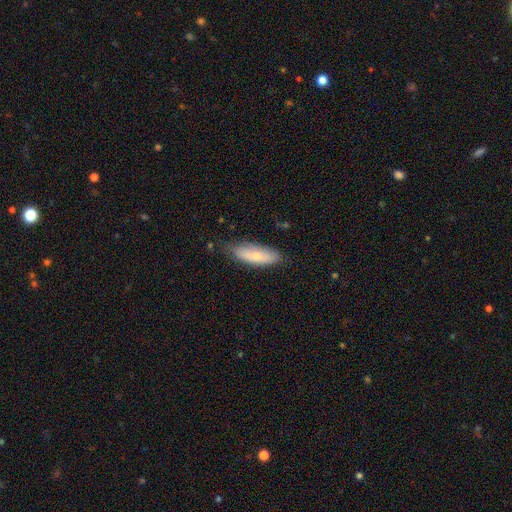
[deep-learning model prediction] A smooth galaxy with no disk features (70%) that is in between round and cigar-shaped (60%).

Vote fractions:
- Smooth or featured? smooth: 70% / featured or disk: 23% / star or artifact: 6%
- How rounded? in between: 60% / cigar-shaped: 38% / round: 2%
- Merging? none: 72% / minor disturbance: 22% / major disturbance: 4% / merger: 2%